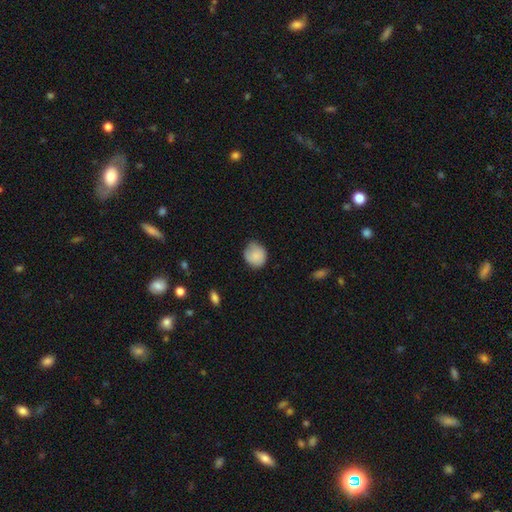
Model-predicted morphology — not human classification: This is clearly a smooth galaxy (86%). How rounded: likely round (78%). Merging: likely none (66%).